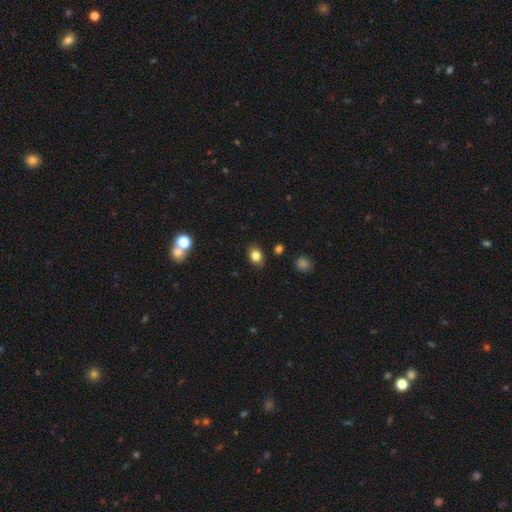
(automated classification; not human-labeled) Smooth or featured? Predicted: smooth (p=0.82). How rounded? Predicted: in between (p=0.64). Merging? Predicted: none (p=0.85).